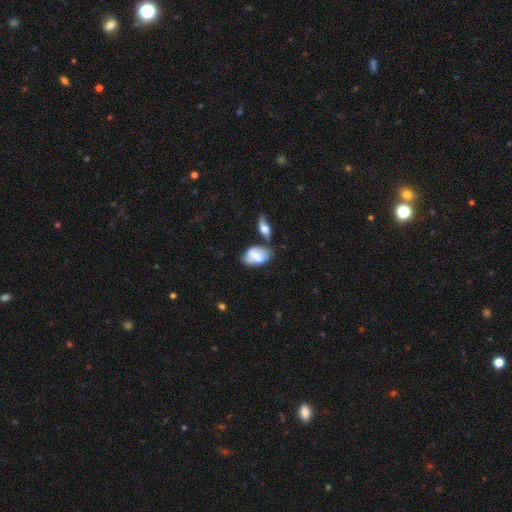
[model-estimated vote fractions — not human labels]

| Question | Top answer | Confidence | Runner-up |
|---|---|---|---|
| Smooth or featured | smooth | 59% | featured or disk (33%) |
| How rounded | in between | 91% | round (7%) |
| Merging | none | 40% | merger (29%) |